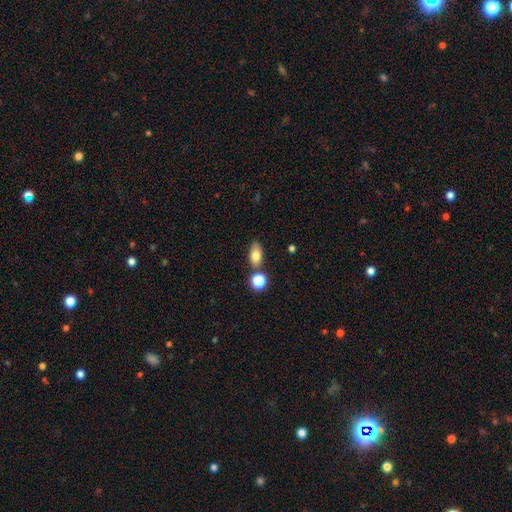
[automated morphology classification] smooth_or_featured: smooth (p=0.80) [alt: featured or disk p=0.11]
how_rounded: in between (p=0.84) [alt: round p=0.11]
merging: none (p=0.71) [alt: merger p=0.14]